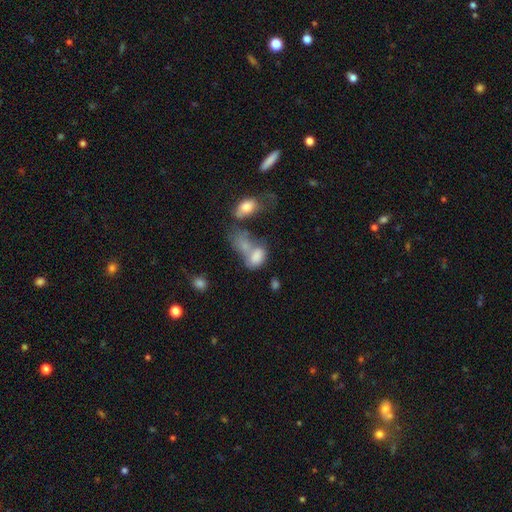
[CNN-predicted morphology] Smooth or featured? smooth (76%)
How rounded? in between (88%)
Merging? merger (58%)